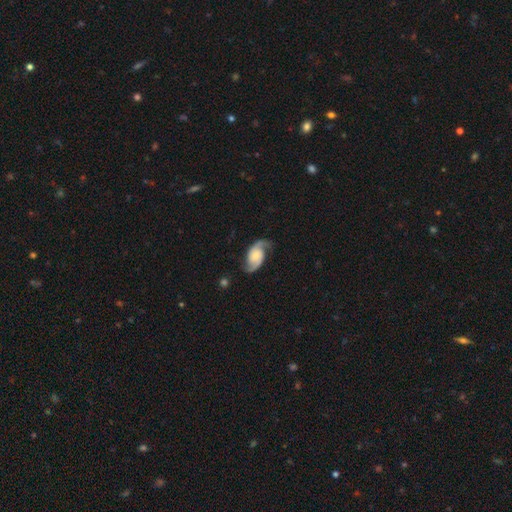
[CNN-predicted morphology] smooth_or_featured: featured or disk (p=0.85) [alt: smooth p=0.10]
disk_edge_on: no (p=0.97) [alt: yes p=0.03]
bar: no (p=0.66) [alt: weak p=0.26]
has_spiral_arms: yes (p=0.97) [alt: no p=0.03]
spiral_winding: medium (p=0.44) [alt: loose p=0.39]
spiral_arm_count: 2 (p=0.93) [alt: can't tell p=0.02]
bulge_size: small (p=0.42) [alt: moderate p=0.28]
merging: none (p=0.74) [alt: minor disturbance p=0.17]